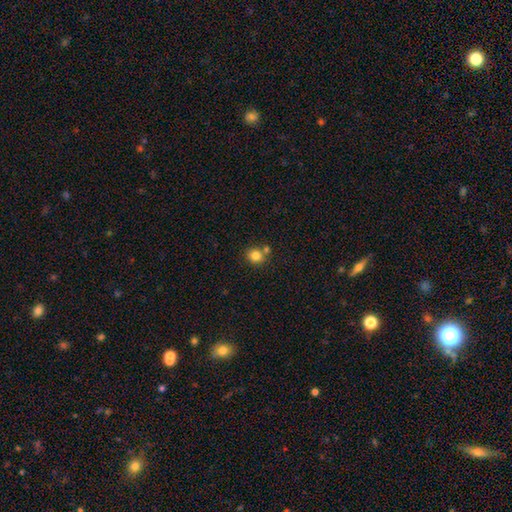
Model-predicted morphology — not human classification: Q: Smooth or featured?
A: smooth (83%); runner-up: star or artifact (11%)
Q: How rounded?
A: round (83%); runner-up: in between (16%)
Q: Merging?
A: none (66%); runner-up: merger (22%)